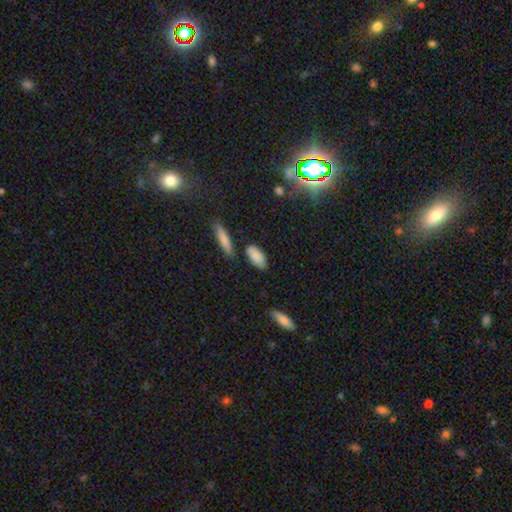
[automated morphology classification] Q: Smooth or featured?
A: smooth (86%); runner-up: featured or disk (7%)
Q: How rounded?
A: in between (89%); runner-up: cigar-shaped (8%)
Q: Merging?
A: none (75%); runner-up: minor disturbance (15%)